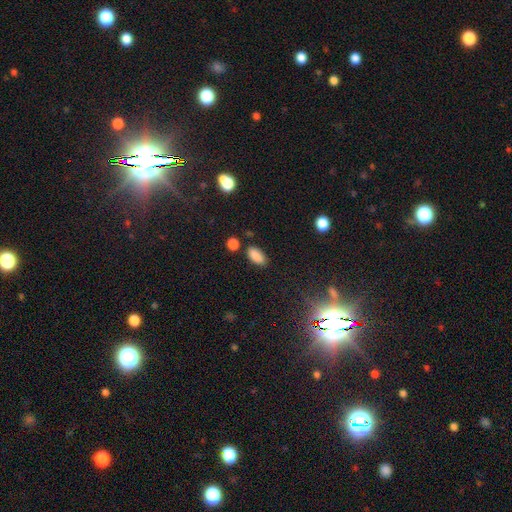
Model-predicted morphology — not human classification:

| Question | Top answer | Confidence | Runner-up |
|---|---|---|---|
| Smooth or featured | smooth | 86% | star or artifact (9%) |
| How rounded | in between | 90% | cigar-shaped (6%) |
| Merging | none | 79% | minor disturbance (13%) |